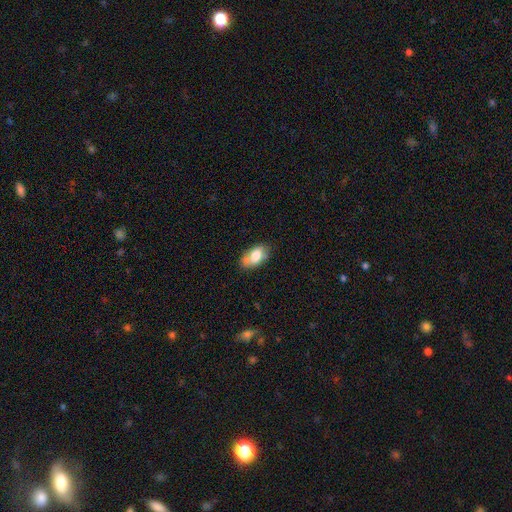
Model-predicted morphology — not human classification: Overall: smooth (72%). How rounded: in between (91%). Merging: none (57%; minor disturbance 28%).